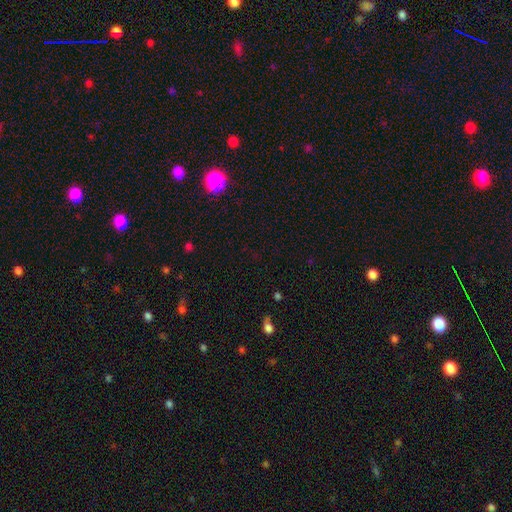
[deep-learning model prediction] A star or artifact, not a galaxy (63%).